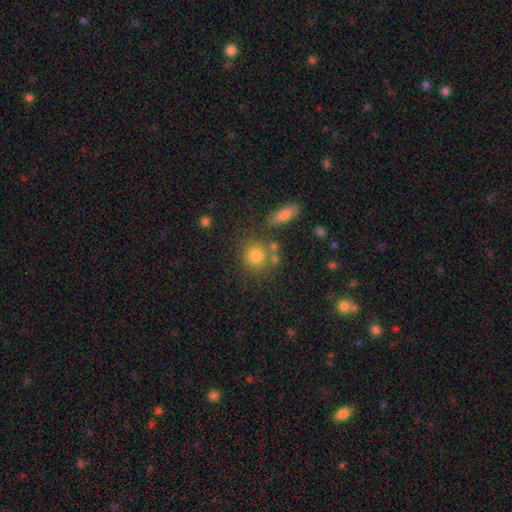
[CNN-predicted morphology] Q: Smooth or featured?
A: smooth (80%); runner-up: star or artifact (11%)
Q: How rounded?
A: round (84%); runner-up: in between (14%)
Q: Merging?
A: none (67%); runner-up: merger (16%)